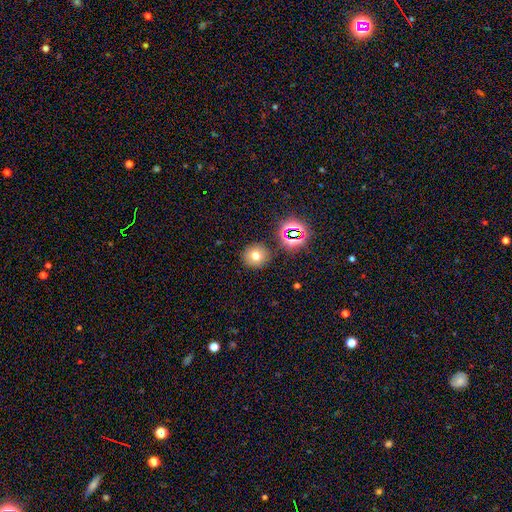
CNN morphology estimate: A smooth galaxy with no disk features (68%) that is round (88%).

Vote fractions:
- Smooth or featured? smooth: 68% / star or artifact: 21% / featured or disk: 12%
- How rounded? round: 88% / in between: 11% / cigar-shaped: 1%
- Merging? none: 84% / minor disturbance: 8% / merger: 4% / major disturbance: 3%